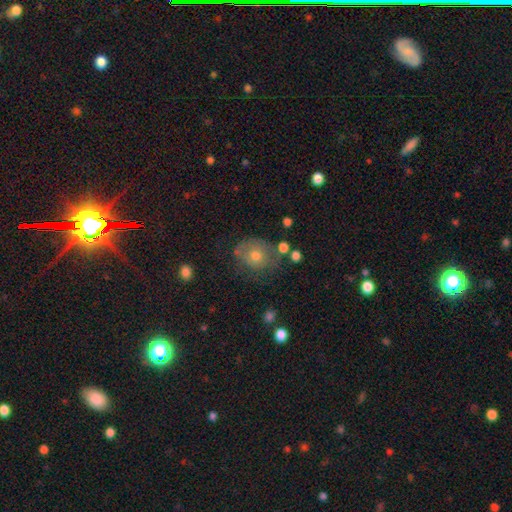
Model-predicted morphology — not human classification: A smooth galaxy with no disk features (57%) that is round (68%). Merging: none (62%).